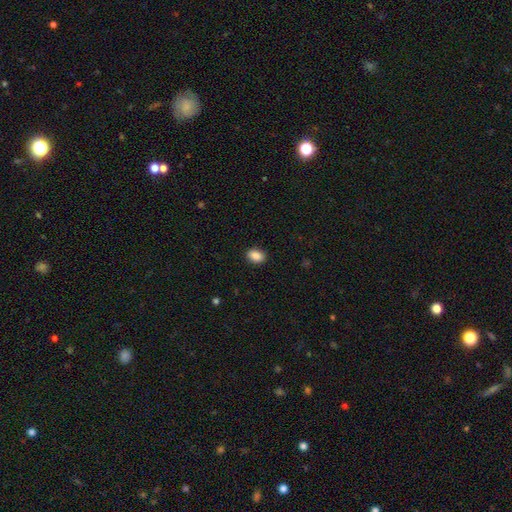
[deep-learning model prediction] Morphology: type=smooth (87%); roundness=in between (77%); merging=none (89%).